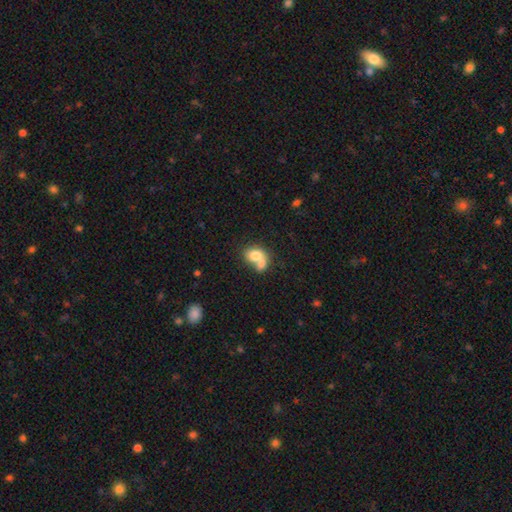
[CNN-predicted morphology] Smooth or featured?
  - smooth: 74% *
  - featured or disk: 18%
  - star or artifact: 8%
How rounded?
  - in between: 62% *
  - round: 37%
  - cigar-shaped: 1%
Merging?
  - merger: 66% *
  - none: 20%
  - minor disturbance: 8%
  - major disturbance: 6%